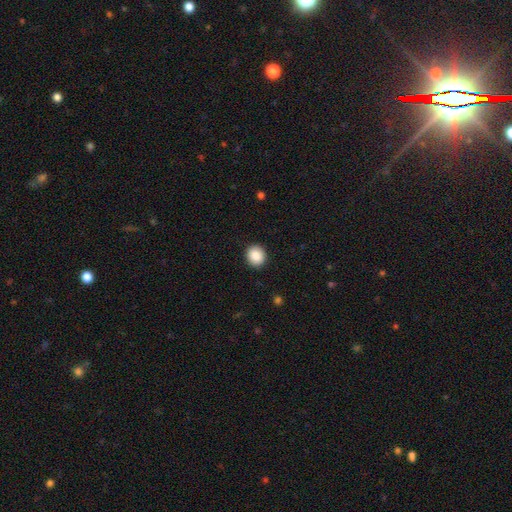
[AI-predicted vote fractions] Overall: smooth (89%). How rounded: round (82%). Merging: none (91%).